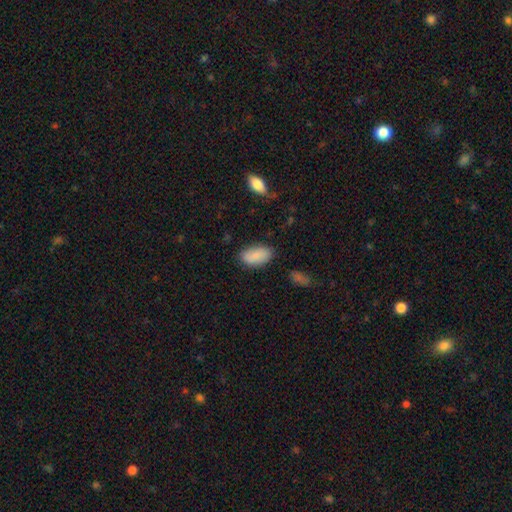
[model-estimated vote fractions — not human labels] This appears to be a smooth galaxy with no disk features (83%) that is in between round and cigar-shaped (93%). Merging: none (79%).